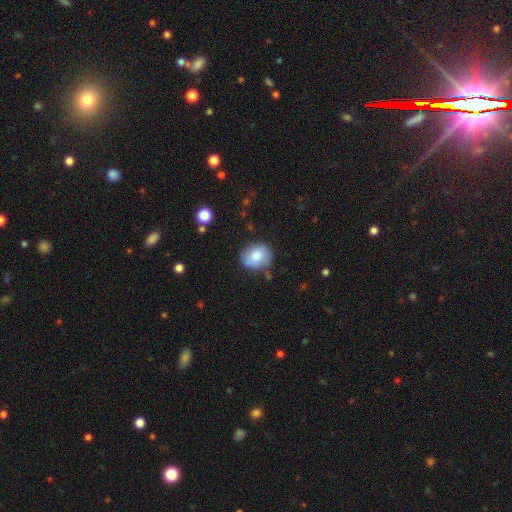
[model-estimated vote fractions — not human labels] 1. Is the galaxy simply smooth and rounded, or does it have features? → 75% smooth, 17% featured or disk, 8% star or artifact.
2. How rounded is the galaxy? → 61% round, 38% in between, 1% cigar-shaped.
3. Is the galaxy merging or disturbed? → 78% none, 16% minor disturbance, 4% major disturbance, 2% merger.